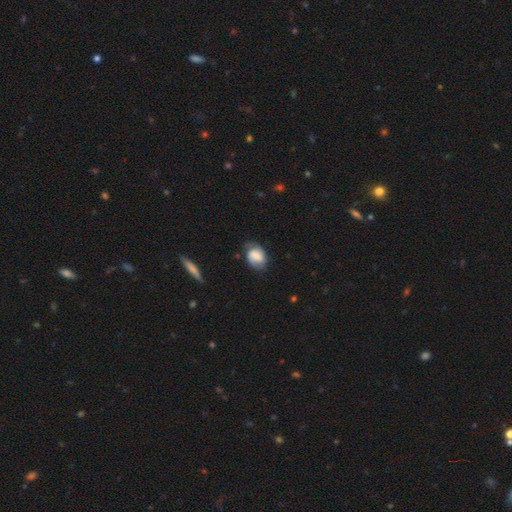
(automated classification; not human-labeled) smooth-or-featured: smooth: 49% | featured or disk: 43% | star or artifact: 8%
  merging: none: 60% | minor disturbance: 28% | major disturbance: 10% | merger: 2%